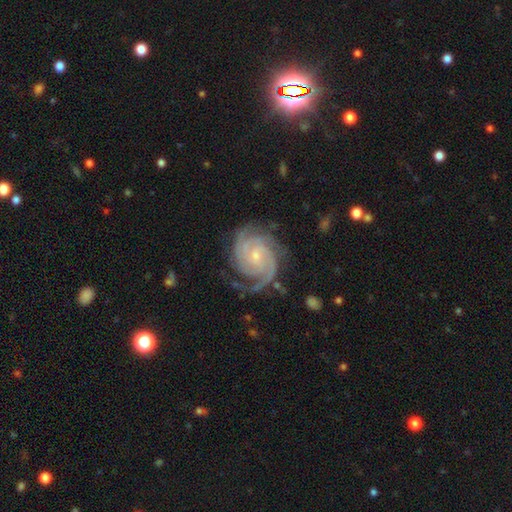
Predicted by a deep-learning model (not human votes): A featured or disk galaxy (92%) with no bar (59%), 2 (33%) tight (69%) spiral arms (99%) and a small central bulge (72%).

Vote fractions:
- Smooth or featured? featured or disk: 92% / star or artifact: 4% / smooth: 3%
- Edge-on disk? no: 98% / yes: 2%
- Bar? no: 59% / weak: 33% / strong: 8%
- Spiral arms? yes: 99% / no: 1%
- Spiral winding? tight: 69% / medium: 27% / loose: 4%
- Spiral arm count? 2: 33% / 3: 32% / can't tell: 12% / 4: 11% / more than 4: 6% / 1: 6%
- Bulge size? small: 72% / moderate: 24% / none: 2% / large: 1% / dominant: 1%
- Merging? none: 74% / minor disturbance: 17% / major disturbance: 8% / merger: 2%